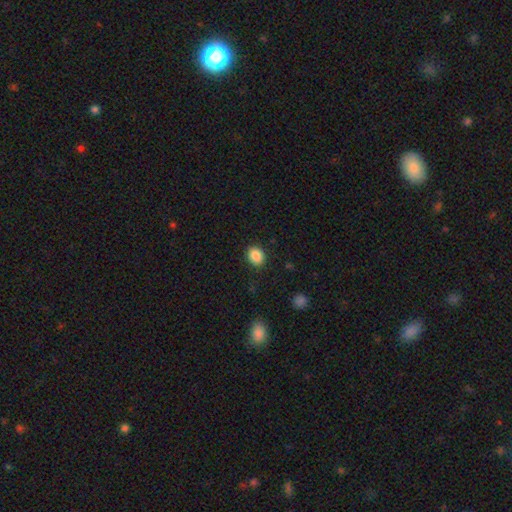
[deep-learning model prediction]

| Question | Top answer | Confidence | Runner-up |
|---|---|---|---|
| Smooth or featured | smooth | 88% | star or artifact (9%) |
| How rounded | round | 56% | in between (43%) |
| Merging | none | 89% | minor disturbance (8%) |